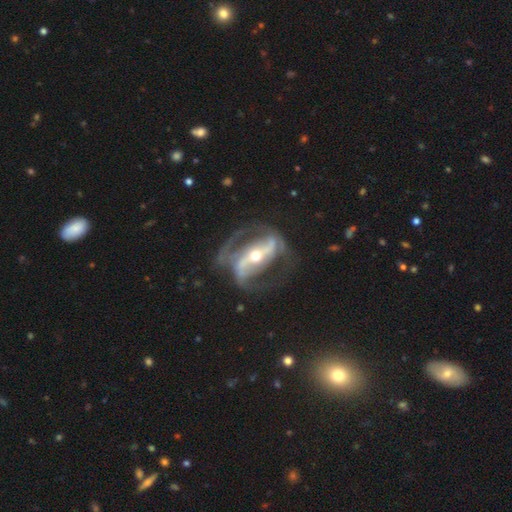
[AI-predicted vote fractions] Morphology: type=featured or disk (88%); edge-on=no (93%); bar=strong (69%); spiral arms=yes (85%); winding=medium (47%); arm count=2 (86%); bulge=moderate (60%); merging=none (59%).